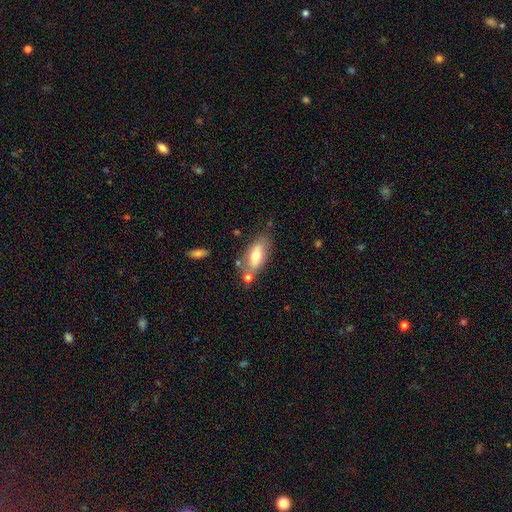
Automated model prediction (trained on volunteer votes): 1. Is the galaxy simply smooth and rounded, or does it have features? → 66% smooth, 27% featured or disk, 7% star or artifact.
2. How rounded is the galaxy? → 83% in between, 13% cigar-shaped, 3% round.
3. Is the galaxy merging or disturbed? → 64% none, 17% minor disturbance, 14% merger, 5% major disturbance.